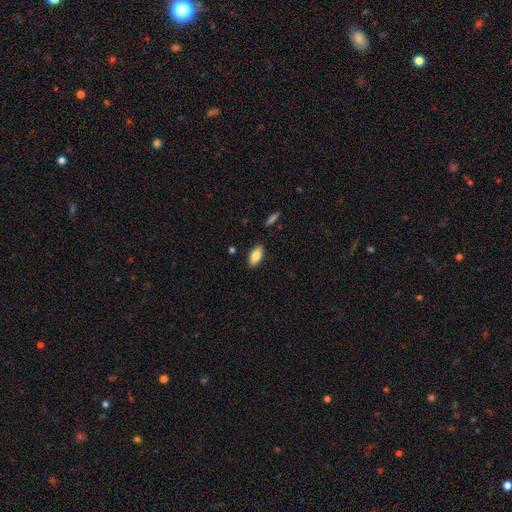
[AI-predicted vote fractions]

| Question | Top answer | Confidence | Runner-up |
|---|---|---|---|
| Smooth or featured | smooth | 83% | featured or disk (10%) |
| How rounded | in between | 89% | cigar-shaped (8%) |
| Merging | none | 87% | minor disturbance (9%) |